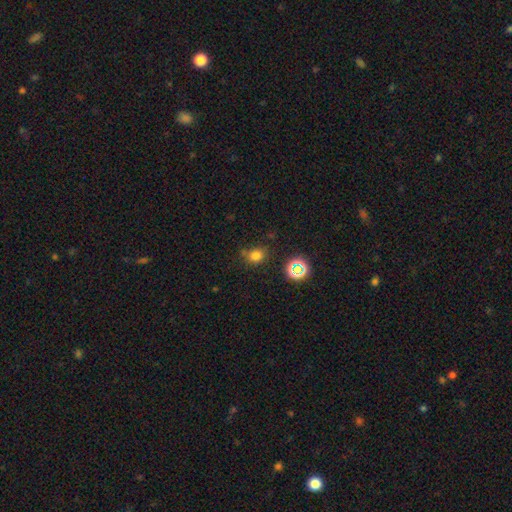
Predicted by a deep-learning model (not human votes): Smooth or featured? smooth (73%)
How rounded? round (63%)
Merging? none (70%)